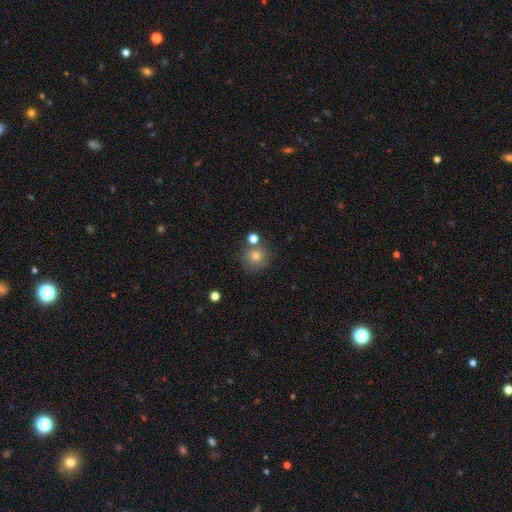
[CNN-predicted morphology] Smooth or featured? smooth (74%)
How rounded? round (91%)
Merging? none (73%)